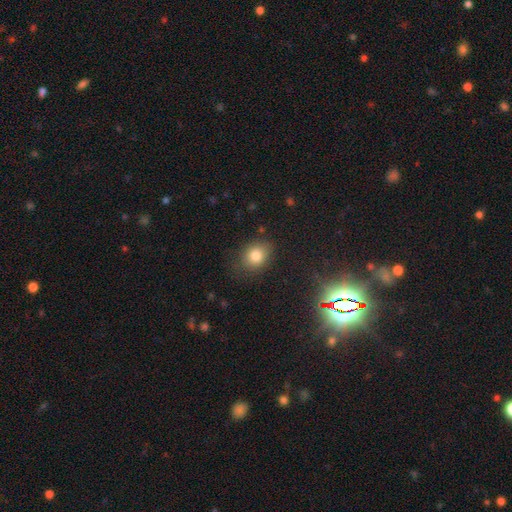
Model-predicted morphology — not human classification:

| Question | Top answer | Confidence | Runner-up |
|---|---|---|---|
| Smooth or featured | smooth | 81% | star or artifact (11%) |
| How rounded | in between | 54% | round (45%) |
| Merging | none | 77% | minor disturbance (16%) |